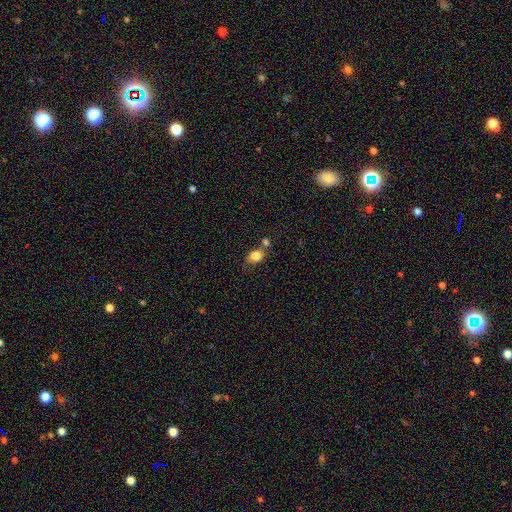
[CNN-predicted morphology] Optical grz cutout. It shows a smooth galaxy with no disk features (83%) that is in between round and cigar-shaped (55%). Merging: none (51%).